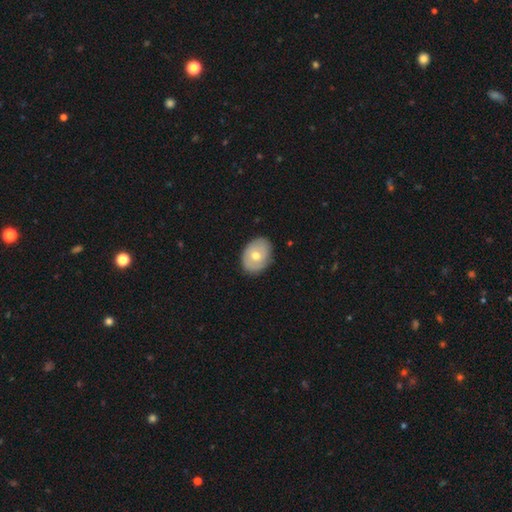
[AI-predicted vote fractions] Q: Smooth or featured?
A: smooth (59%); runner-up: featured or disk (34%)
Q: How rounded?
A: in between (67%); runner-up: round (32%)
Q: Merging?
A: none (84%); runner-up: minor disturbance (13%)